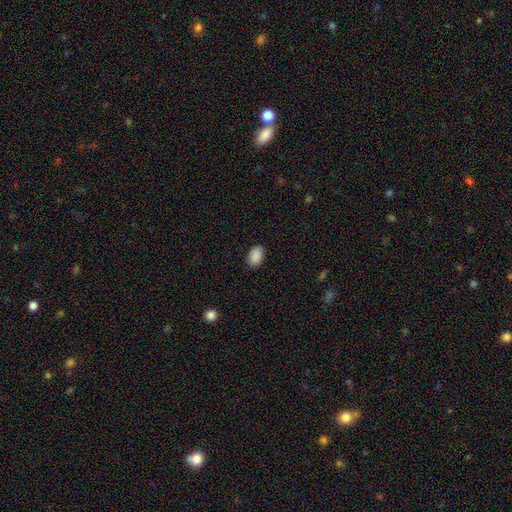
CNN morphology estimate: The model was most divided on "how rounded": in between: 86%, round: 13%, cigar-shaped: 1%. More confident: smooth or featured — smooth (90%); merging — none (88%).